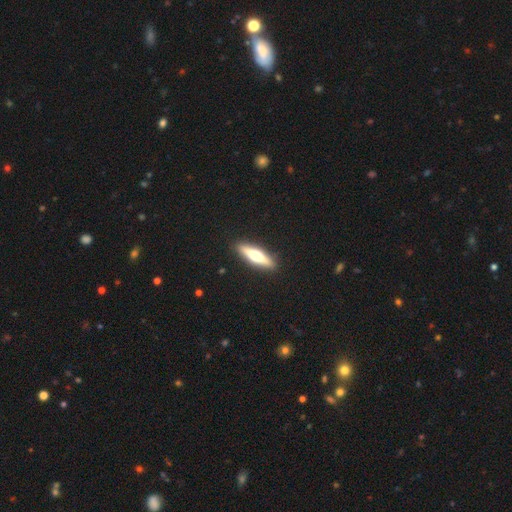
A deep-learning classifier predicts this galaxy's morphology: type=featured or disk (53%); edge-on=yes (94%); edge-on bulge=rounded (93%); merging=none (92%).